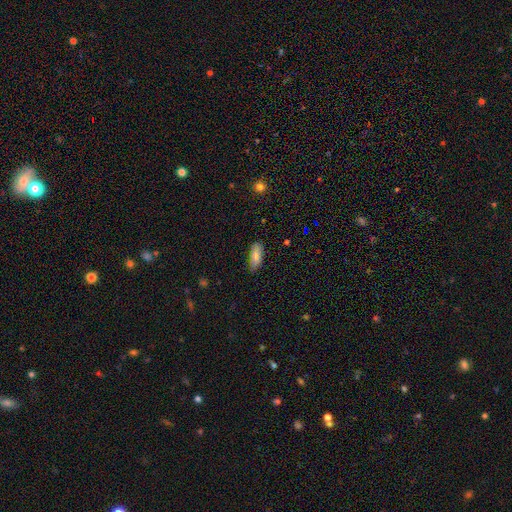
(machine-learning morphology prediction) This appears to be a smooth galaxy with no disk features (80%) that is in between round and cigar-shaped (76%). Merging: none (74%).